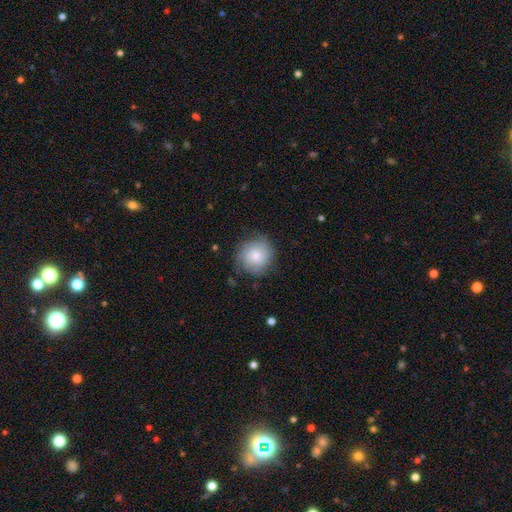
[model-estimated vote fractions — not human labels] smooth-or-featured: smooth: 60% | featured or disk: 33% | star or artifact: 8%
  how-rounded: round: 89% | in between: 10% | cigar-shaped: 1%
  merging: none: 70% | minor disturbance: 21% | major disturbance: 7% | merger: 1%